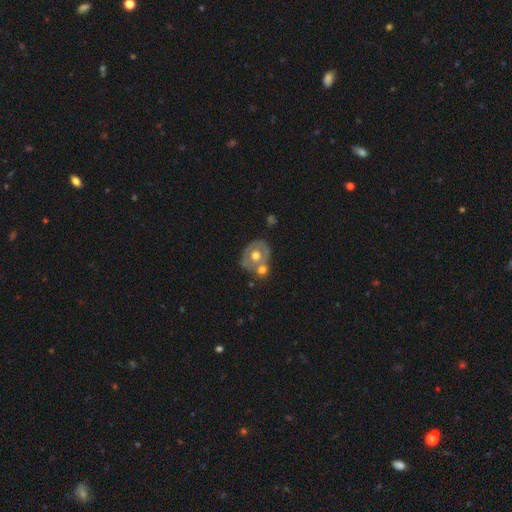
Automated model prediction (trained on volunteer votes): Morphology: type=featured or disk (53%); edge-on=no (95%); bar=no (90%); spiral arms=no (83%); bulge=moderate (74%); merging=none (45%).